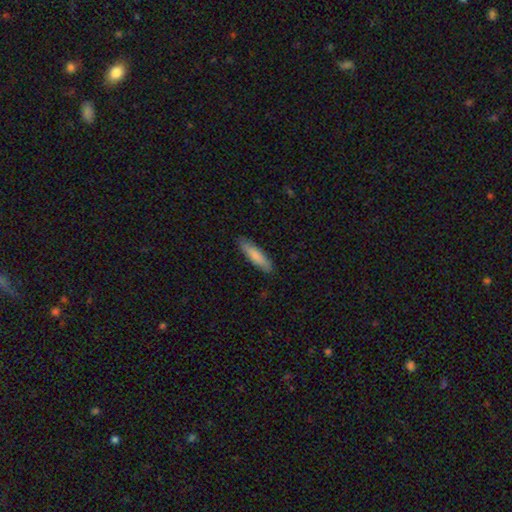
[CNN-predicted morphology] Smooth or featured? Predicted: smooth (p=0.81). How rounded? Predicted: cigar-shaped (p=0.73). Merging? Predicted: none (p=0.87).